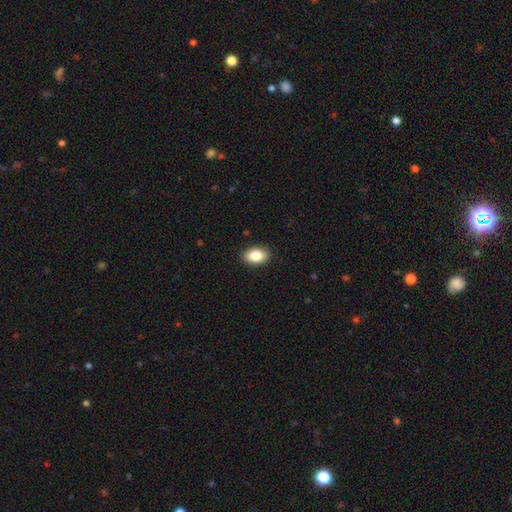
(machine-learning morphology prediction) The model was most divided on "smooth or featured": smooth: 86%, star or artifact: 7%, featured or disk: 6%. More confident: how rounded — in between (90%); merging — none (89%).